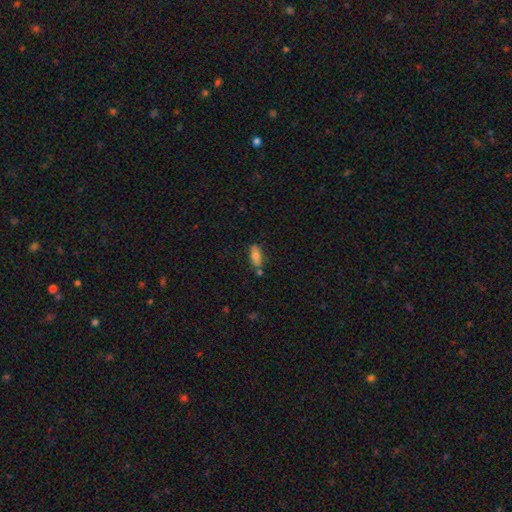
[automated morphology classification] A smooth galaxy with no disk features (75%) that is in between round and cigar-shaped (73%). Merging: none (70%).